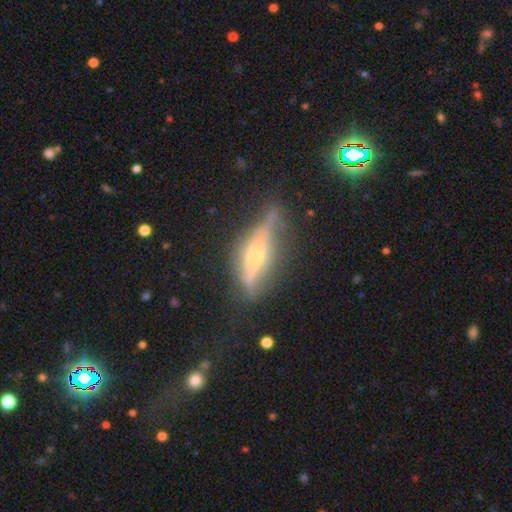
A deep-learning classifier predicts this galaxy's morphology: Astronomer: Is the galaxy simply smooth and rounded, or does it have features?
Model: featured or disk — 72%.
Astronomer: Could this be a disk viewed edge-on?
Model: yes — 85%.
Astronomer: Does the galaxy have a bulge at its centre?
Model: rounded — 85%.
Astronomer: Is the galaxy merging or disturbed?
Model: none — 60%.